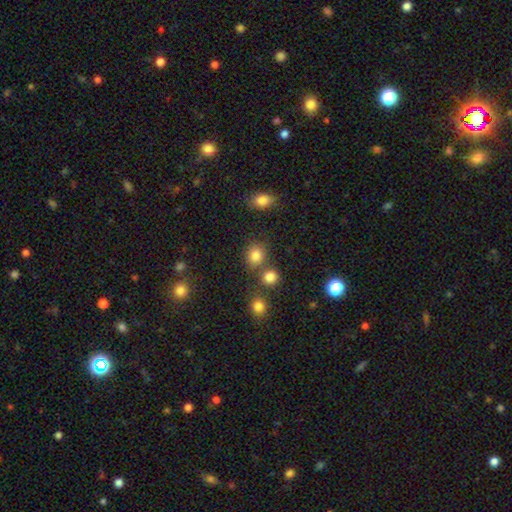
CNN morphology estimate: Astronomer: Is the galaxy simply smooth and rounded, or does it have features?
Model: smooth — 81%.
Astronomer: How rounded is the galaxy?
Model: round — 74%.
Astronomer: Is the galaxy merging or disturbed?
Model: none — 69%.